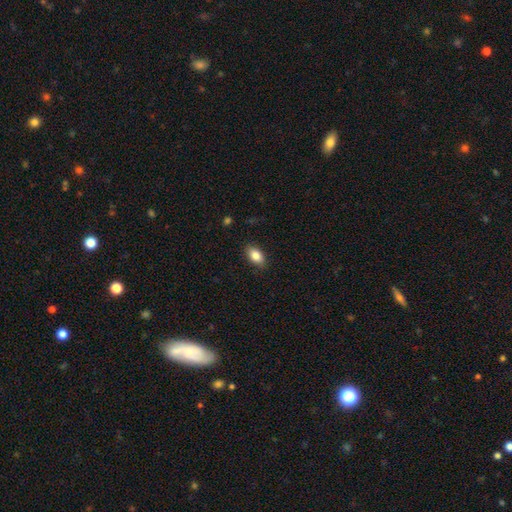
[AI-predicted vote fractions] A smooth galaxy with no disk features (84%) that is in between round and cigar-shaped (90%). Merging: none (88%).